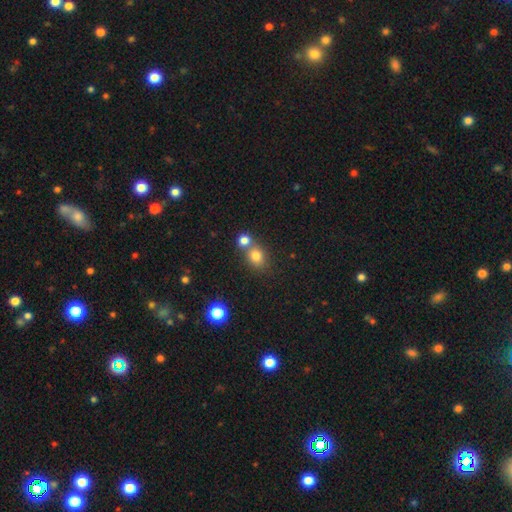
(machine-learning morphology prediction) smooth_or_featured: smooth (p=0.78) [alt: star or artifact p=0.13]
how_rounded: round (p=0.68) [alt: in between p=0.31]
merging: none (p=0.48) [alt: merger p=0.40]